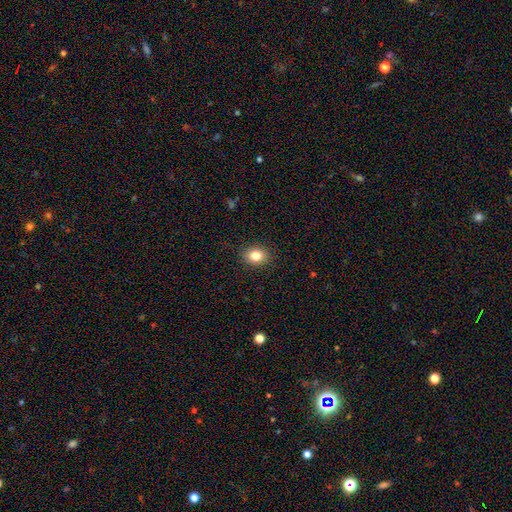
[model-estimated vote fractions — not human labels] This is clearly a smooth galaxy (83%). How rounded: possibly in between (55%). Merging: clearly none (89%).